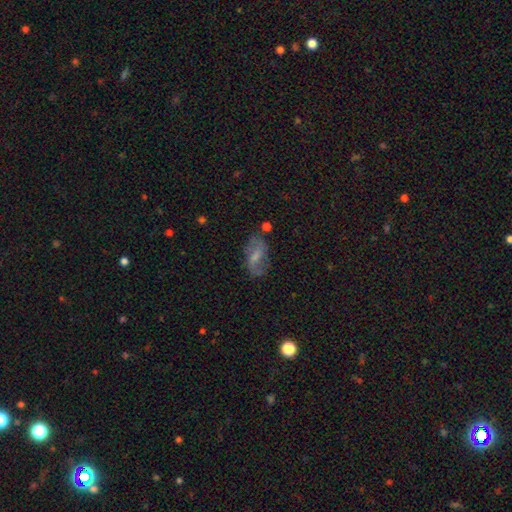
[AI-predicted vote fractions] Q: Smooth or featured?
A: smooth (45%); runner-up: featured or disk (44%)
Q: Merging?
A: none (63%); runner-up: minor disturbance (22%)